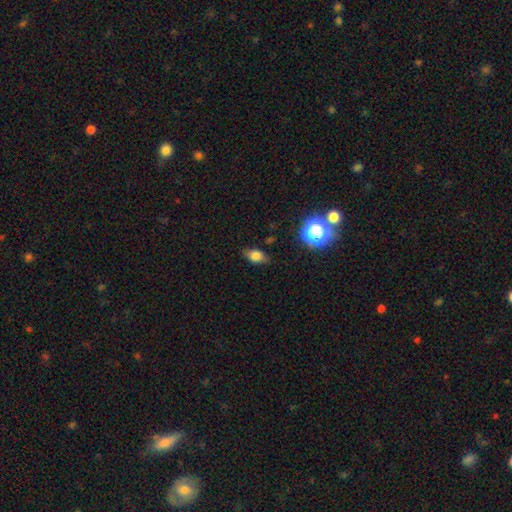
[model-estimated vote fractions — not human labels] smooth_or_featured: smooth (p=0.69) [alt: featured or disk p=0.18]
how_rounded: in between (p=0.74) [alt: round p=0.19]
merging: none (p=0.77) [alt: minor disturbance p=0.18]